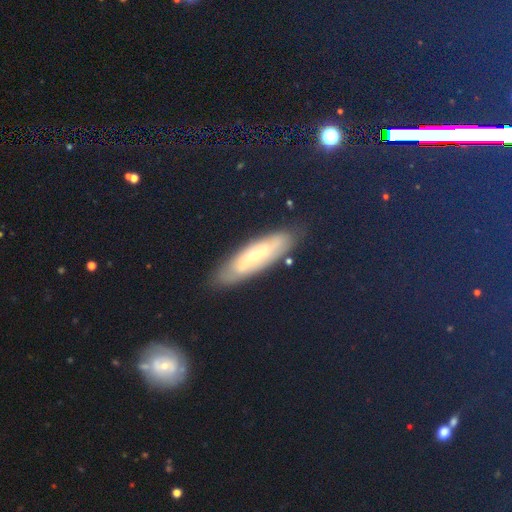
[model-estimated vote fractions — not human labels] This appears to be a featured or disk galaxy (47%). Merging: none (83%).